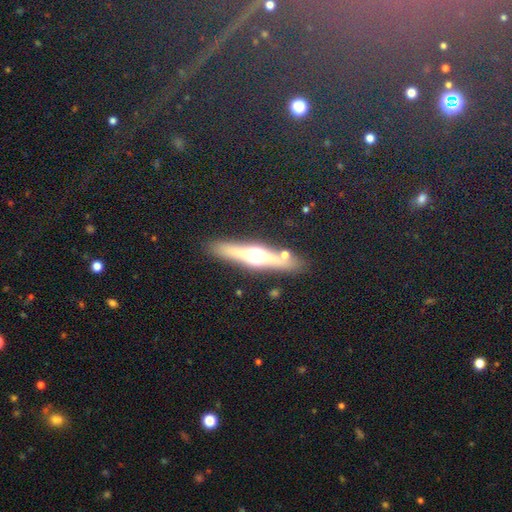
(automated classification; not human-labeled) Smooth or featured: featured or disk — 63% (smooth — 29%)
Edge-on disk: yes — 94% (no — 6%)
Edge-on bulge: rounded — 93% (boxy — 4%)
Merging: none — 83% (minor disturbance — 9%)